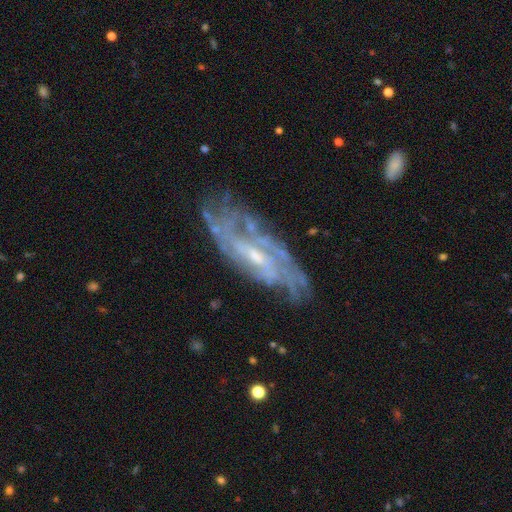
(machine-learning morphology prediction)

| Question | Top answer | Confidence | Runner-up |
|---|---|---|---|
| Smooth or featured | featured or disk | 84% | smooth (9%) |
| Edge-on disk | no | 86% | yes (14%) |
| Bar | weak | 47% | no (36%) |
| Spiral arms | yes | 90% | no (10%) |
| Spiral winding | tight | 54% | medium (34%) |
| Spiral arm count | can't tell | 48% | 2 (17%) |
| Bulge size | small | 61% | moderate (31%) |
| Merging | none | 69% | minor disturbance (20%) |